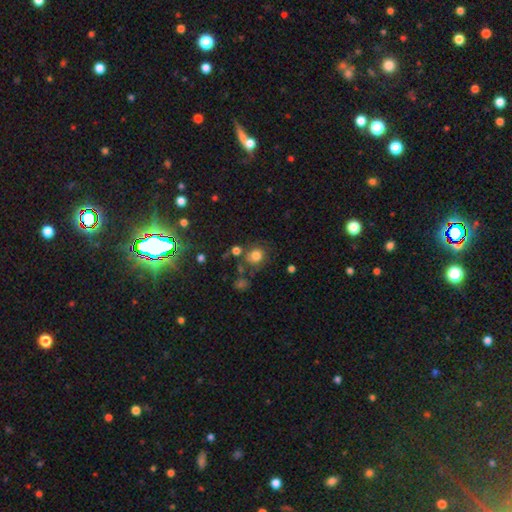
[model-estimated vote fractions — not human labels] Smooth or featured? Predicted: smooth (p=0.77). How rounded? Predicted: round (p=0.81). Merging? Predicted: none (p=0.67).